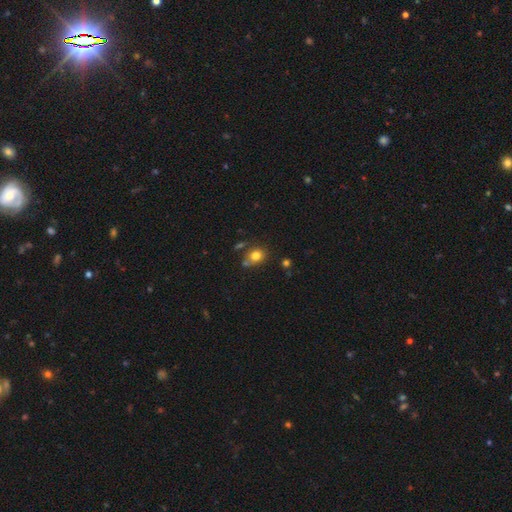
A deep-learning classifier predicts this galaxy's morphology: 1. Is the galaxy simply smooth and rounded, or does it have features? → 79% smooth, 12% star or artifact, 10% featured or disk.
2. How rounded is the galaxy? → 61% round, 38% in between, 1% cigar-shaped.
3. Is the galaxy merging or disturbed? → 61% none, 19% minor disturbance, 14% merger, 6% major disturbance.